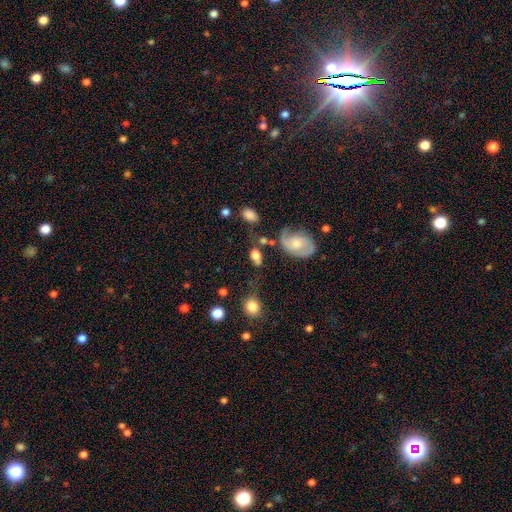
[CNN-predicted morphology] A smooth galaxy with no disk features (66%) that is in between round and cigar-shaped (74%). Merging: none (49%).